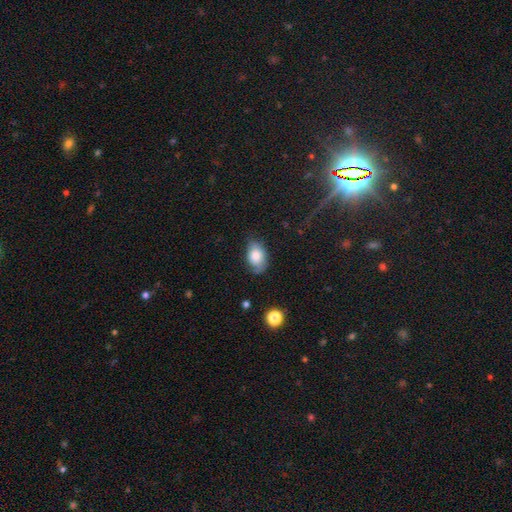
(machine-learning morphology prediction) smooth-or-featured: smooth: 75% | featured or disk: 17% | star or artifact: 8%
  how-rounded: in between: 87% | round: 12% | cigar-shaped: 1%
  merging: none: 61% | minor disturbance: 29% | major disturbance: 8% | merger: 2%